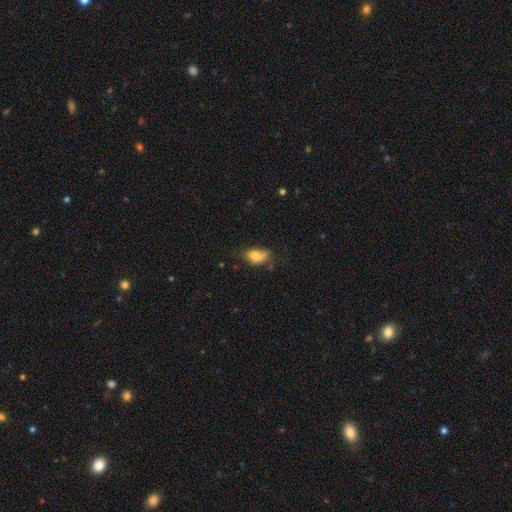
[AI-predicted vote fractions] A smooth galaxy with no disk features (70%) that is in between round and cigar-shaped (84%).

Vote fractions:
- Smooth or featured? smooth: 70% / featured or disk: 21% / star or artifact: 10%
- How rounded? in between: 84% / round: 13% / cigar-shaped: 3%
- Merging? none: 37% / minor disturbance: 36% / major disturbance: 20% / merger: 7%